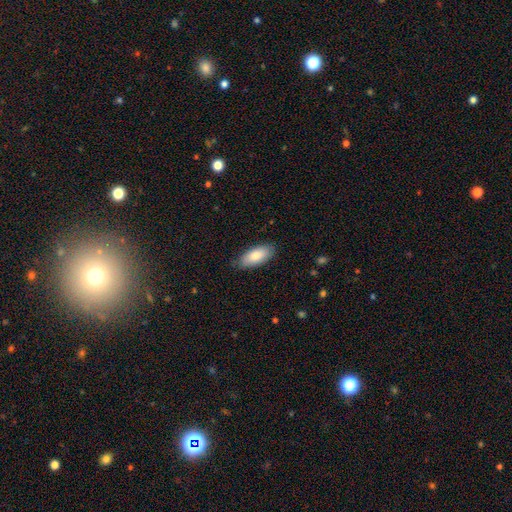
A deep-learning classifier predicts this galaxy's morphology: smooth_or_featured: smooth (p=0.84) [alt: featured or disk p=0.11]
how_rounded: in between (p=0.88) [alt: cigar-shaped p=0.11]
merging: none (p=0.82) [alt: minor disturbance p=0.15]